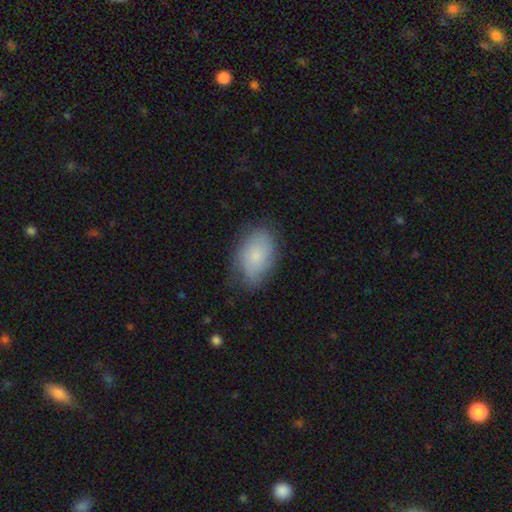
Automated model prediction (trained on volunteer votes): A smooth galaxy with no disk features (75%) that is in between round and cigar-shaped (88%).

Vote fractions:
- Smooth or featured? smooth: 75% / featured or disk: 18% / star or artifact: 7%
- How rounded? in between: 88% / round: 10% / cigar-shaped: 1%
- Merging? none: 68% / minor disturbance: 24% / major disturbance: 6% / merger: 1%